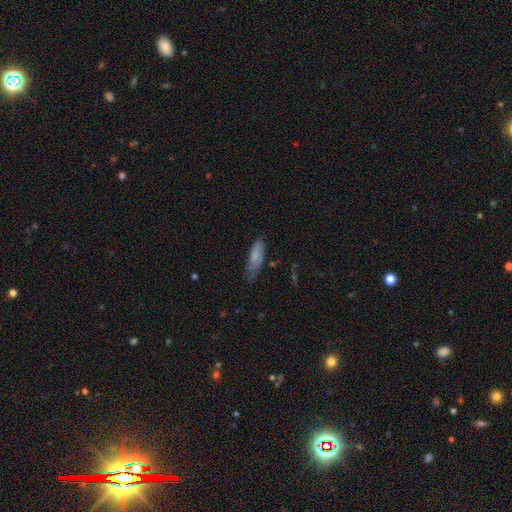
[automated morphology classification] type=smooth (71%); roundness=in between (54%); merging=none (57%).